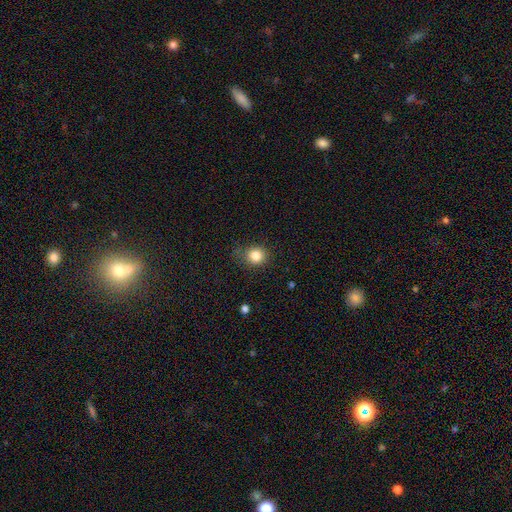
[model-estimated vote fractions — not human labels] Smooth or featured? Predicted: smooth (p=0.83). How rounded? Predicted: round (p=0.81). Merging? Predicted: none (p=0.77).